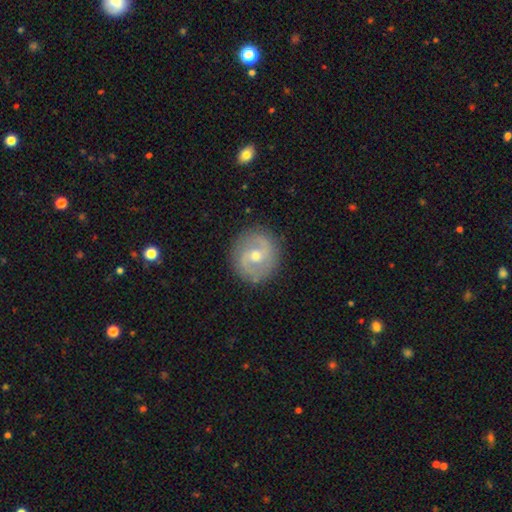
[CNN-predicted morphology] Overall: featured or disk (77%). Edge-on disk: no (98%). Bar: weak (48%; no 39%). Spiral arms: yes (88%). Spiral arm count: 2 (89%). Spiral winding: medium (50%; tight 30%). Bulge size: moderate (69%). Merging: none (87%).